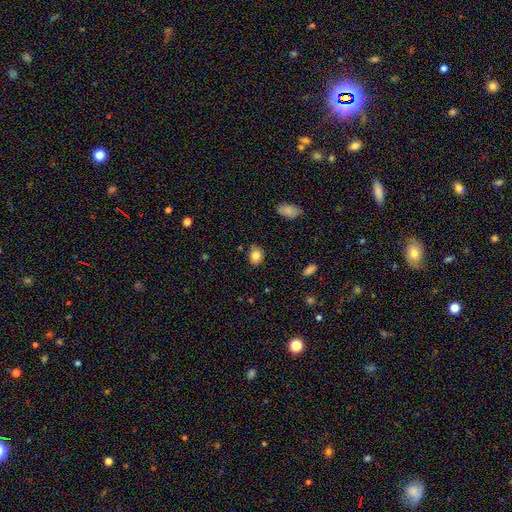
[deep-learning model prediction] A smooth galaxy with no disk features (83%) that is round (56%).

Vote fractions:
- Smooth or featured? smooth: 83% / star or artifact: 10% / featured or disk: 7%
- How rounded? round: 56% / in between: 43% / cigar-shaped: 1%
- Merging? none: 84% / minor disturbance: 12% / major disturbance: 2% / merger: 2%